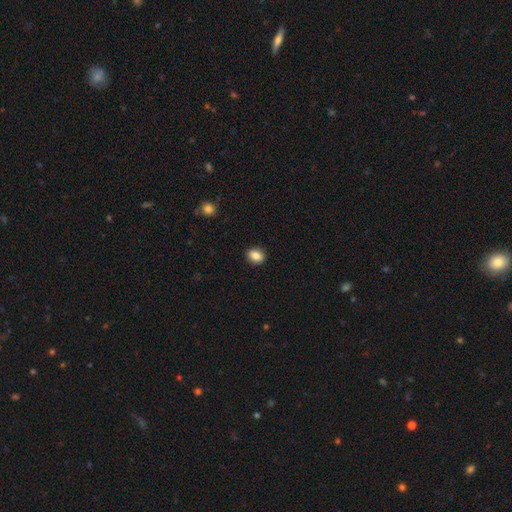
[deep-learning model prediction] smooth-or-featured: smooth: 84% | star or artifact: 9% | featured or disk: 7%
  how-rounded: in between: 55% | round: 44% | cigar-shaped: 1%
  merging: none: 89% | minor disturbance: 8% | major disturbance: 2% | merger: 1%